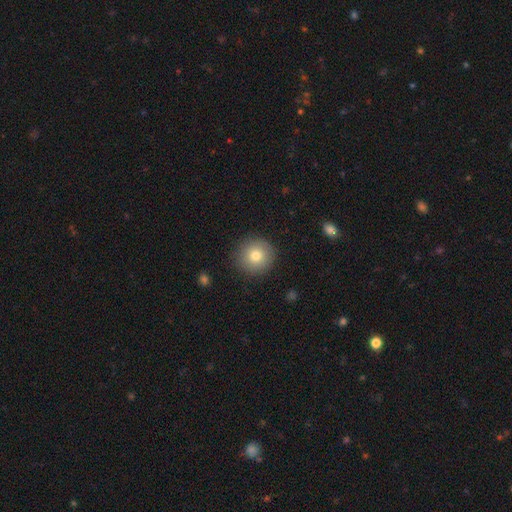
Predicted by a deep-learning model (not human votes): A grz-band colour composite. It shows a smooth galaxy with no disk features (78%) that is round (92%). Merging: none (88%).